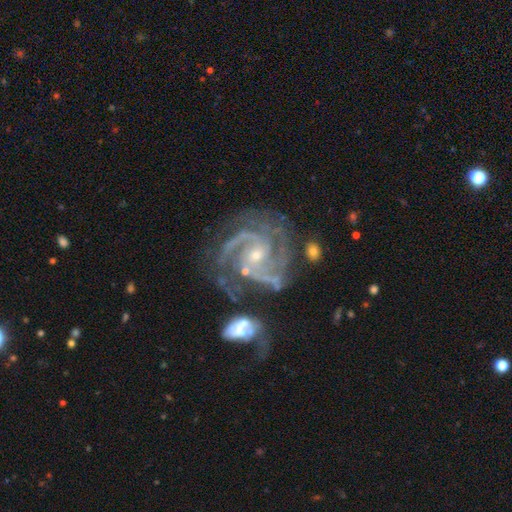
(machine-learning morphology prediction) smooth_or_featured: featured or disk (p=0.92) [alt: star or artifact p=0.06]
disk_edge_on: no (p=0.98) [alt: yes p=0.02]
bar: no (p=0.53) [alt: weak p=0.33]
has_spiral_arms: yes (p=0.99) [alt: no p=0.01]
spiral_winding: tight (p=0.53) [alt: medium p=0.41]
spiral_arm_count: 2 (p=0.37) [alt: 3 p=0.32]
bulge_size: small (p=0.68) [alt: moderate p=0.28]
merging: none (p=0.56) [alt: minor disturbance p=0.19]